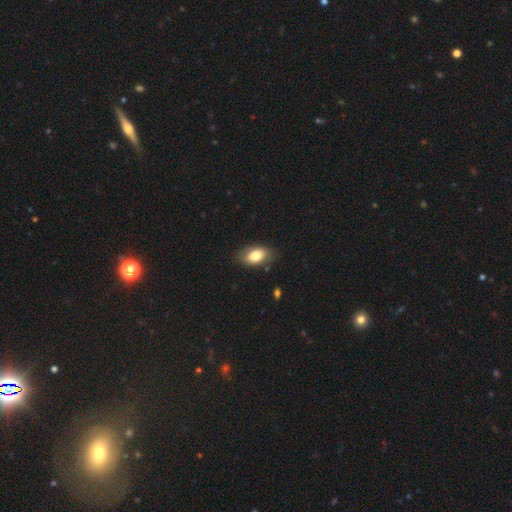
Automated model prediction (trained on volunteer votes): This appears to be a smooth galaxy with no disk features (80%) that is in between round and cigar-shaped (91%). Merging: none (80%).